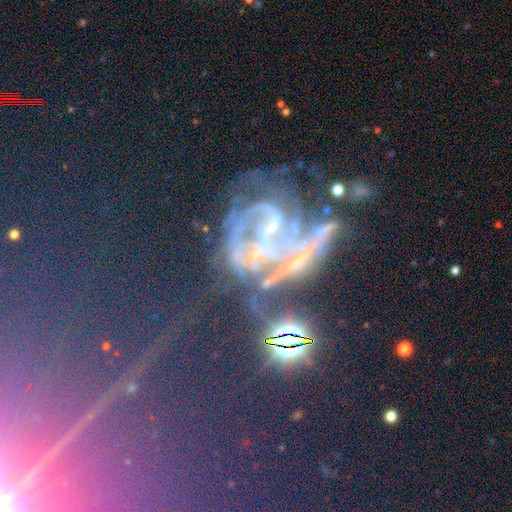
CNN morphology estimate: Q: Smooth or featured?
A: featured or disk (73%); runner-up: star or artifact (19%)
Q: Edge-on disk?
A: no (97%); runner-up: yes (3%)
Q: Bar?
A: no (51%); runner-up: weak (29%)
Q: Spiral arms?
A: yes (81%); runner-up: no (19%)
Q: Spiral winding?
A: medium (42%); runner-up: tight (30%)
Q: Spiral arm count?
A: can't tell (26%); runner-up: 2 (23%)
Q: Bulge size?
A: small (51%); runner-up: none (31%)
Q: Merging?
A: major disturbance (32%); runner-up: none (27%)